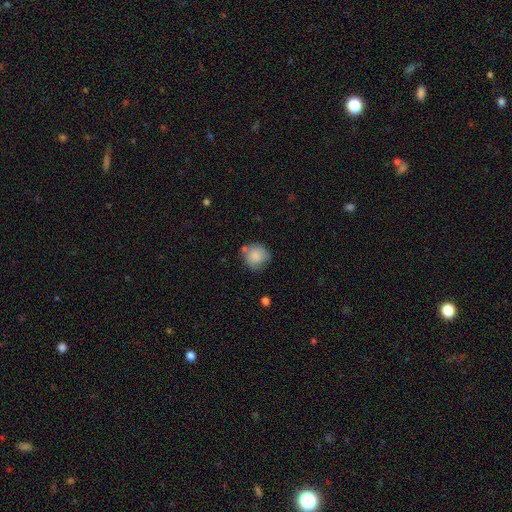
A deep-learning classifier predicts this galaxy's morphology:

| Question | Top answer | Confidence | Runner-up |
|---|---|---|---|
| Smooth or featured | smooth | 83% | featured or disk (10%) |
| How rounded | round | 88% | in between (11%) |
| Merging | none | 61% | minor disturbance (23%) |